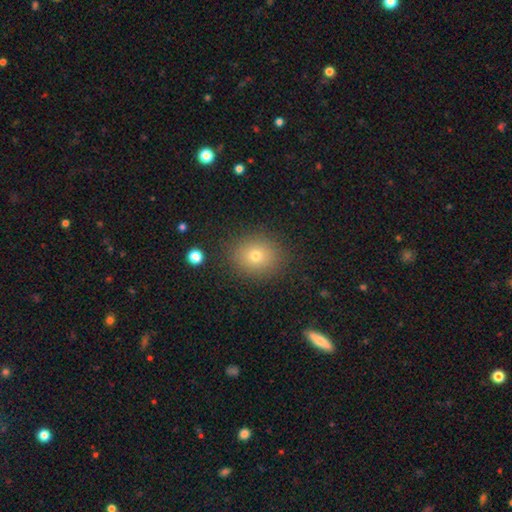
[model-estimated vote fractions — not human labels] A smooth galaxy with no disk features (73%) that is round (74%).

Vote fractions:
- Smooth or featured? smooth: 73% / star or artifact: 15% / featured or disk: 12%
- How rounded? round: 74% / in between: 25% / cigar-shaped: 1%
- Merging? none: 88% / minor disturbance: 8% / major disturbance: 3% / merger: 1%